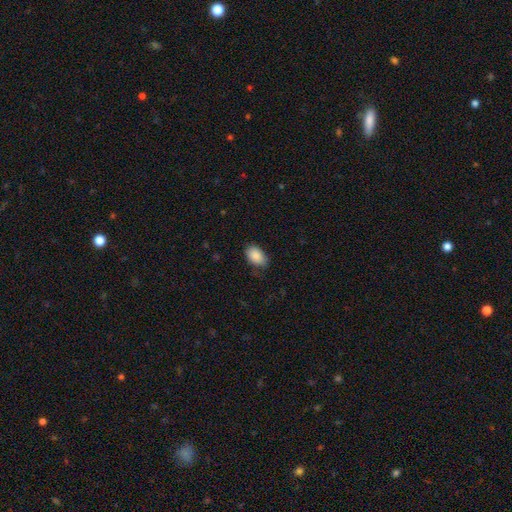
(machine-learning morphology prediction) Smooth or featured? smooth (89%)
How rounded? in between (89%)
Merging? none (78%)